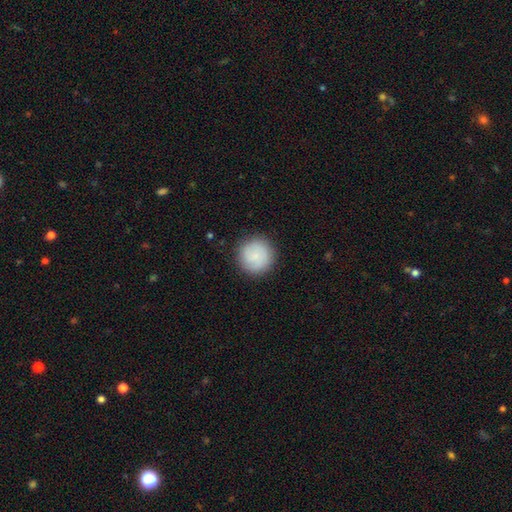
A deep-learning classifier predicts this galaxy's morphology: Smooth or featured?
  - smooth: 81% *
  - featured or disk: 13%
  - star or artifact: 6%
How rounded?
  - round: 96% *
  - in between: 3%
  - cigar-shaped: 1%
Merging?
  - none: 88% *
  - minor disturbance: 8%
  - major disturbance: 3%
  - merger: 1%